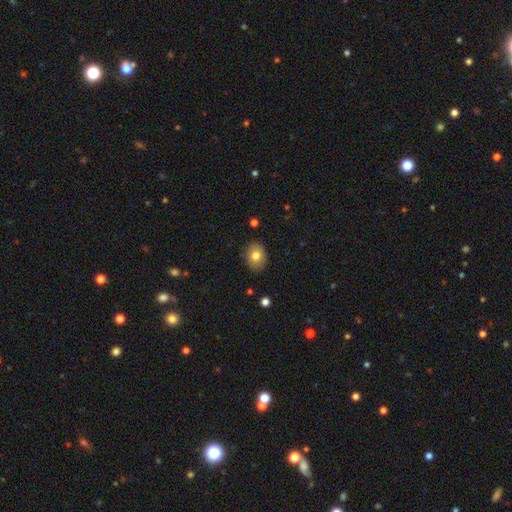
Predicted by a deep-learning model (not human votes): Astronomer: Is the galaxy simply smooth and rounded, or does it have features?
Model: smooth — 79%.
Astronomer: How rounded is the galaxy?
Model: in between — 58% (runner-up: round, 41%).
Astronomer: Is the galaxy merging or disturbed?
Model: none — 87%.